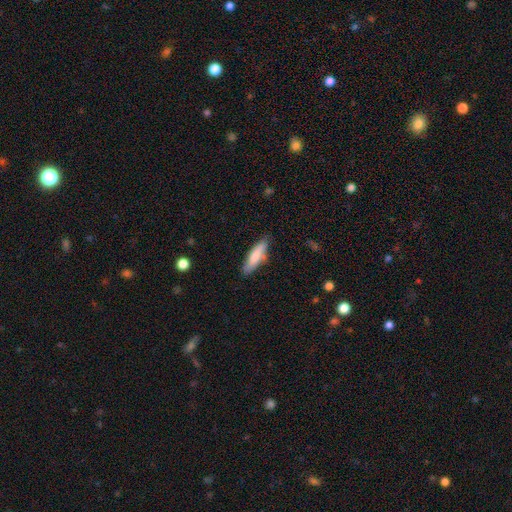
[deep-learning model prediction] Overall: smooth (74%). How rounded: cigar-shaped (66%; in between 33%). Merging: none (77%).